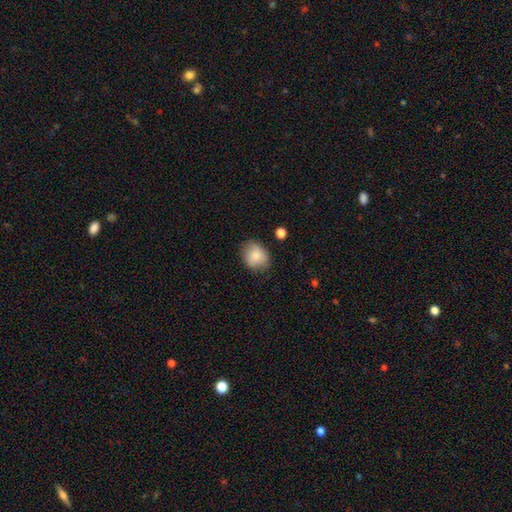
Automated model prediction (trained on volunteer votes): Smooth or featured? Predicted: smooth (p=0.81). How rounded? Predicted: round (p=0.53). Merging? Predicted: none (p=0.76).